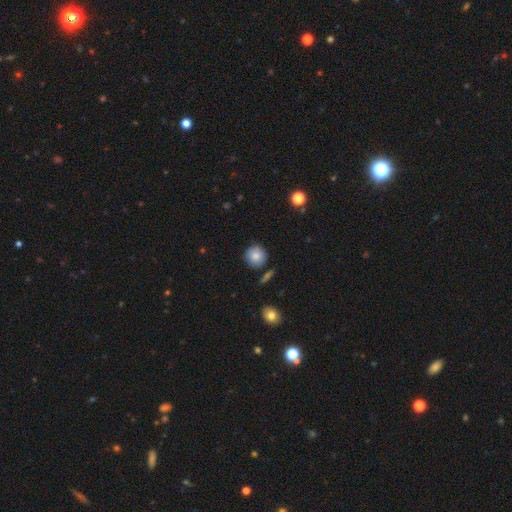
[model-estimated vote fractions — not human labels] A smooth galaxy with no disk features (81%) that is round (93%).

Vote fractions:
- Smooth or featured? smooth: 81% / featured or disk: 11% / star or artifact: 9%
- How rounded? round: 93% / in between: 6% / cigar-shaped: 1%
- Merging? none: 83% / minor disturbance: 11% / merger: 3% / major disturbance: 2%